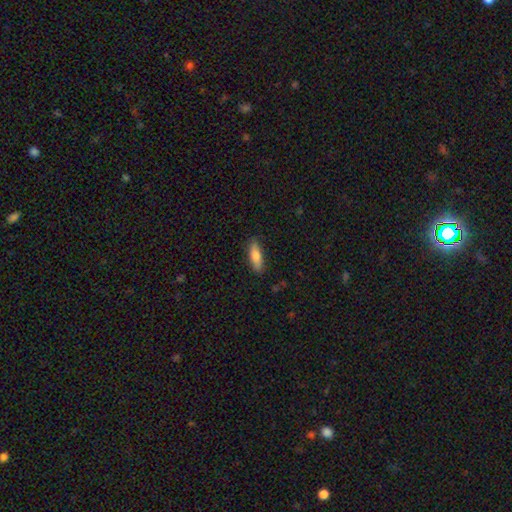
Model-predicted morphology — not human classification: smooth 78%, featured or disk 15%, star or artifact 6%. Down the decision tree: how rounded — cigar-shaped (52%); merging — none (85%).